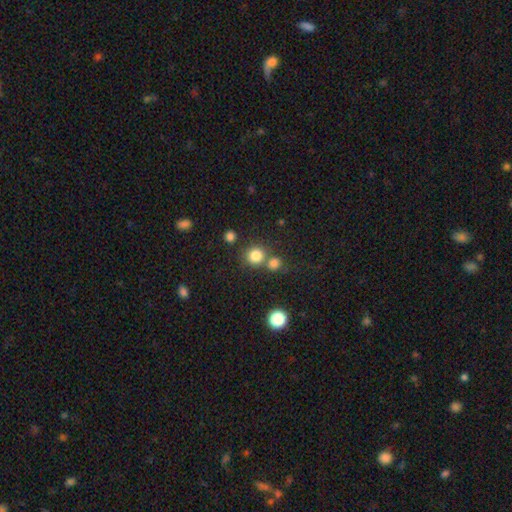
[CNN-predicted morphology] type=smooth (81%); roundness=round (89%); merging=none (66%).